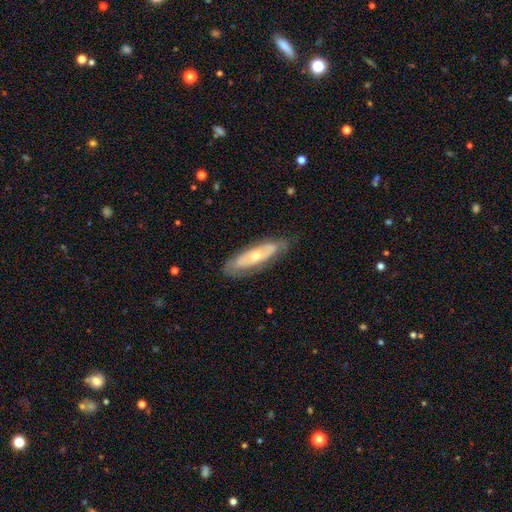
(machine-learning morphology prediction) This is likely a featured or disk galaxy (63%). It is likely not viewed edge-on (74%). Merging: likely none (73%).